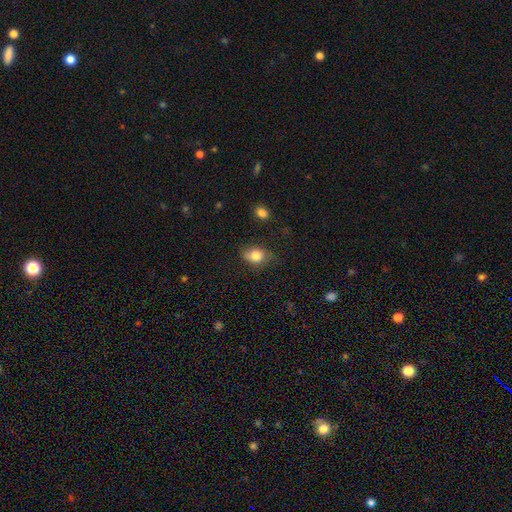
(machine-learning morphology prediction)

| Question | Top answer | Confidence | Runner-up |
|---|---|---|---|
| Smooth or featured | smooth | 82% | featured or disk (10%) |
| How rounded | in between | 73% | round (26%) |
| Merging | none | 67% | minor disturbance (25%) |